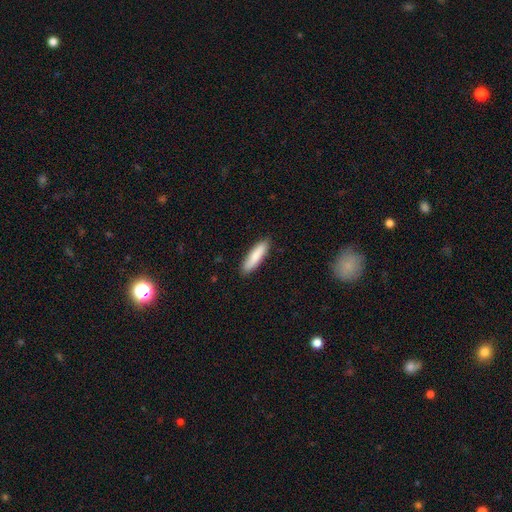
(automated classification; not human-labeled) A smooth galaxy with no disk features (84%) that is cigar-shaped (70%). Merging: none (88%).